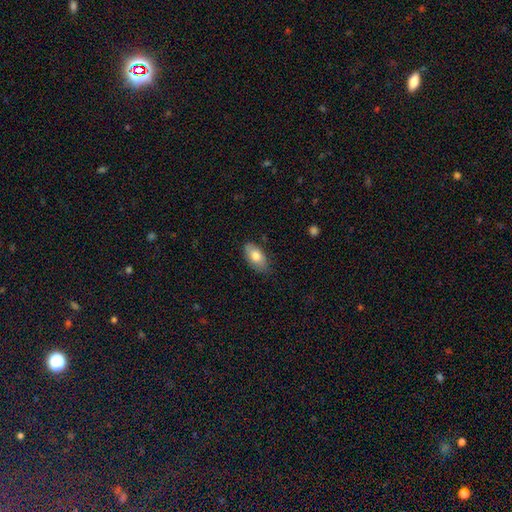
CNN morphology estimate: Smooth or featured? Predicted: smooth (p=0.78). How rounded? Predicted: in between (p=0.92). Merging? Predicted: none (p=0.76).